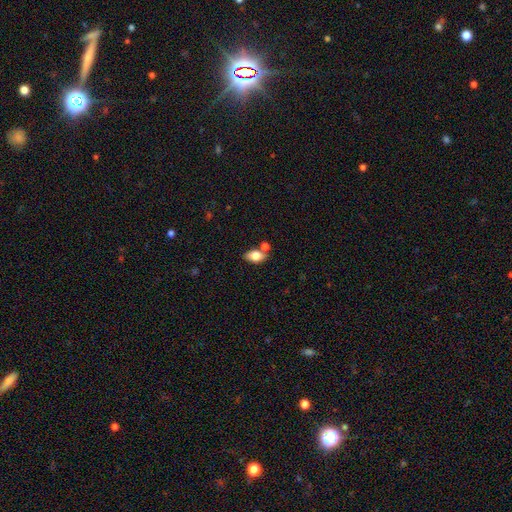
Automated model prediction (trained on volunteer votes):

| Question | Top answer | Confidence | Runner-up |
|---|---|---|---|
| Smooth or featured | smooth | 75% | featured or disk (17%) |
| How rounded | in between | 87% | round (9%) |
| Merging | none | 67% | merger (17%) |